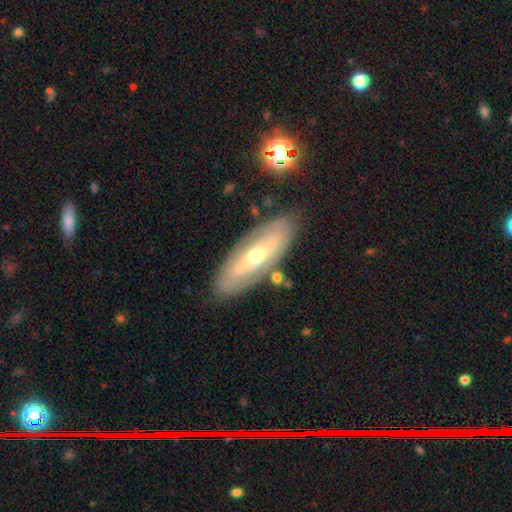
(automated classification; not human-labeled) smooth-or-featured: featured or disk: 65% | smooth: 28% | star or artifact: 7%
  disk-edge-on: no: 75% | yes: 25%
  merging: none: 82% | minor disturbance: 12% | major disturbance: 3% | merger: 3%